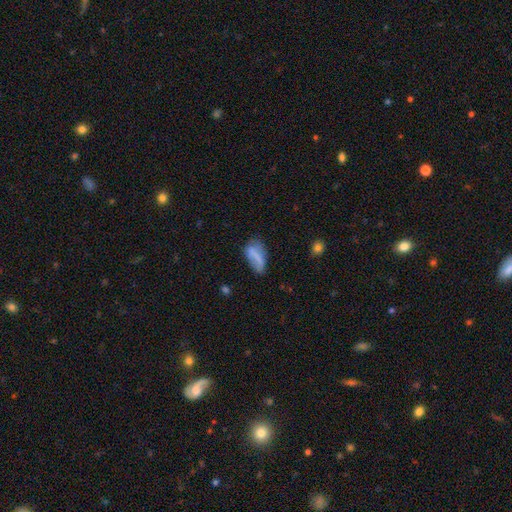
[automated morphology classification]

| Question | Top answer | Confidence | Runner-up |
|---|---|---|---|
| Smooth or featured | smooth | 67% | featured or disk (24%) |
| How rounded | in between | 80% | cigar-shaped (16%) |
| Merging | none | 45% | minor disturbance (31%) |